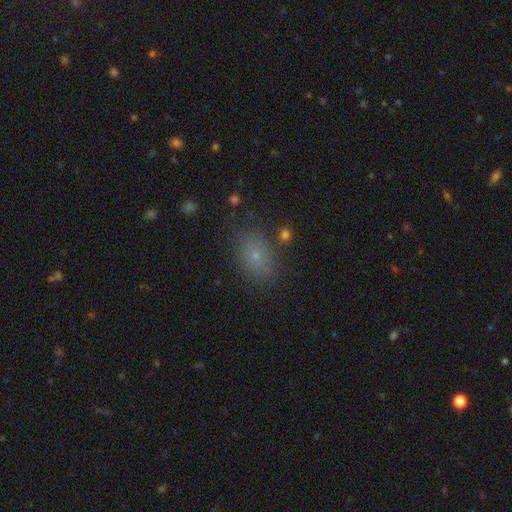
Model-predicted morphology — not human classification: Smooth or featured? smooth (71%)
How rounded? in between (79%)
Merging? none (81%)